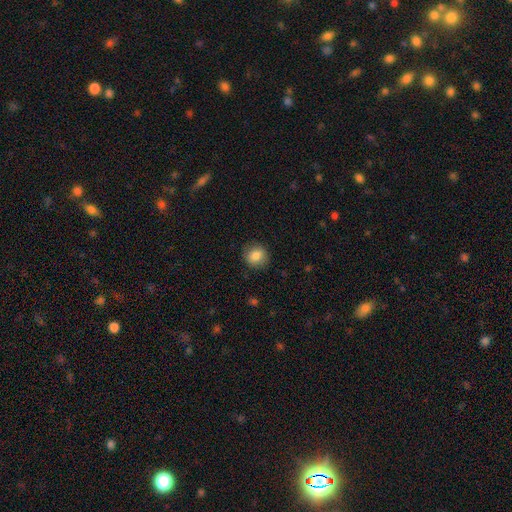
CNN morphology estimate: A smooth galaxy with no disk features (84%) that is round (82%).

Vote fractions:
- Smooth or featured? smooth: 84% / star or artifact: 9% / featured or disk: 7%
- How rounded? round: 82% / in between: 17% / cigar-shaped: 1%
- Merging? none: 86% / minor disturbance: 10% / major disturbance: 3% / merger: 1%